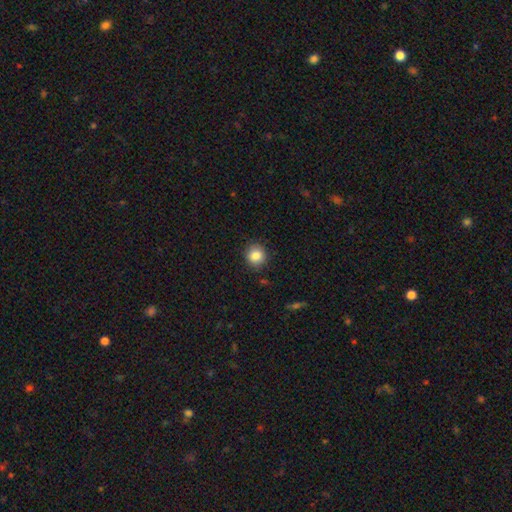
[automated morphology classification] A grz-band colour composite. It shows a smooth galaxy with no disk features (85%) that is round (89%). Merging: none (89%).